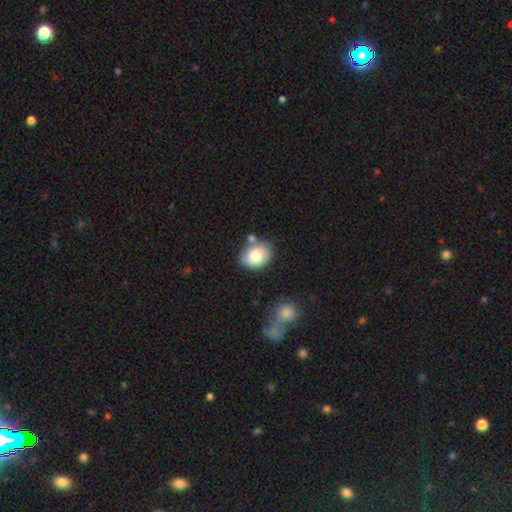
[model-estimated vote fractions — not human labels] This is likely a smooth galaxy (78%). How rounded: likely in between (71%). Merging: likely none (63%).